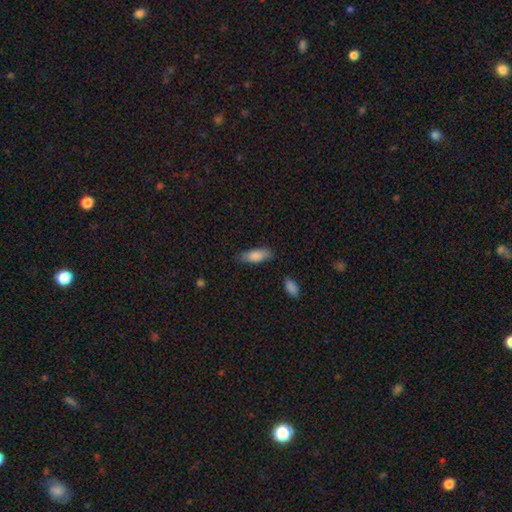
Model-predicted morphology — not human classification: Smooth or featured: smooth — 85% (featured or disk — 8%)
How rounded: in between — 74% (cigar-shaped — 24%)
Merging: none — 77% (minor disturbance — 17%)